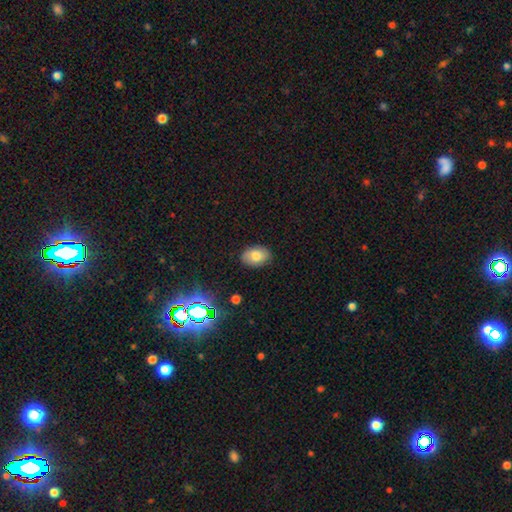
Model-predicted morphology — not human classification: smooth 78%, featured or disk 13%, star or artifact 10%. Down the decision tree: how rounded — in between (85%); merging — none (85%).